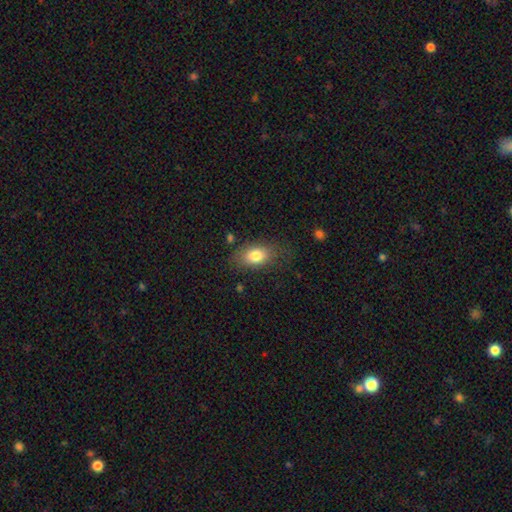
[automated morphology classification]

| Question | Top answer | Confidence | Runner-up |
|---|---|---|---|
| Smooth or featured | smooth | 81% | featured or disk (12%) |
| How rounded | in between | 87% | round (10%) |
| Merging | none | 73% | minor disturbance (18%) |